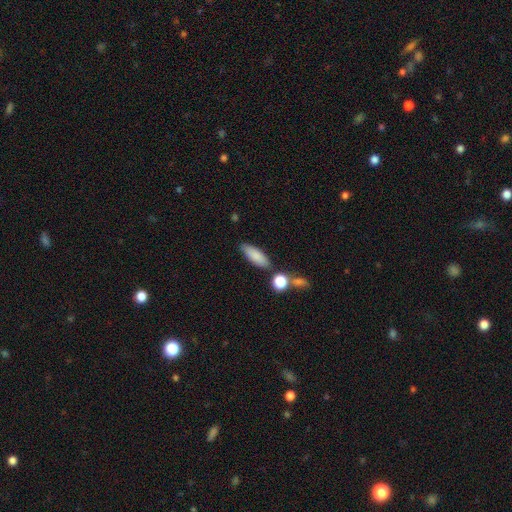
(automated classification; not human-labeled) Smooth or featured: smooth — 83% (featured or disk — 10%)
How rounded: in between — 67% (cigar-shaped — 30%)
Merging: none — 74% (minor disturbance — 15%)